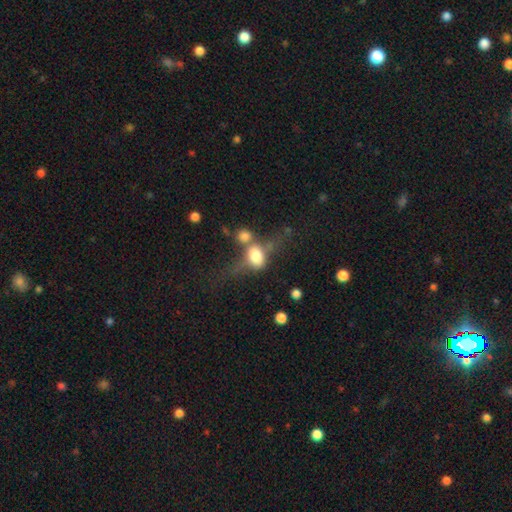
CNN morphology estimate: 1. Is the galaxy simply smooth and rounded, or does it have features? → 64% smooth, 25% featured or disk, 10% star or artifact.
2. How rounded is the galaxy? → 66% in between, 29% round, 5% cigar-shaped.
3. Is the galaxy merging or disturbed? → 40% merger, 25% none, 21% major disturbance, 15% minor disturbance.